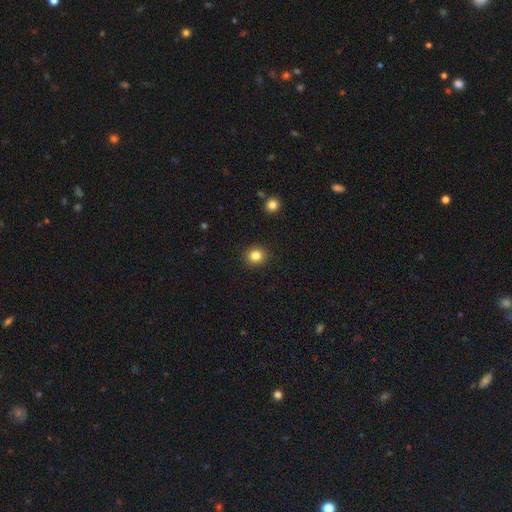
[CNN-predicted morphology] Smooth or featured? Predicted: smooth (p=0.83). How rounded? Predicted: round (p=0.88). Merging? Predicted: none (p=0.92).